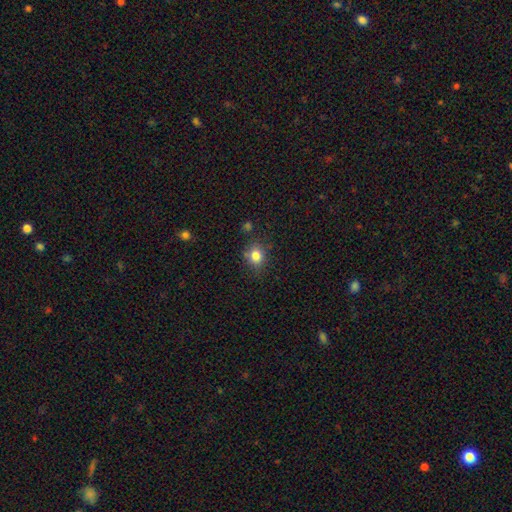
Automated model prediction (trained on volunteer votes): This is clearly a smooth galaxy (82%). How rounded: likely round (64%). Merging: likely none (76%).